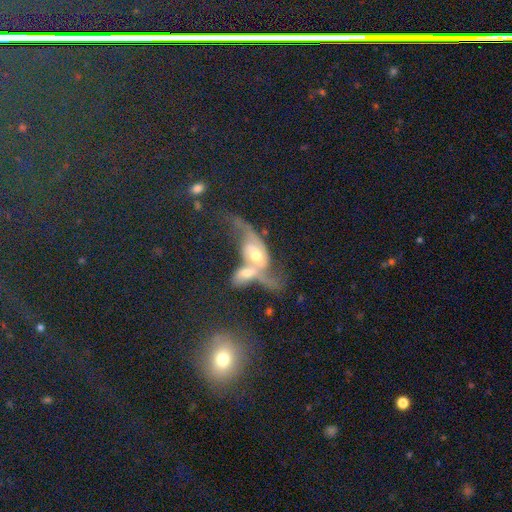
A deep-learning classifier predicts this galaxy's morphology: This is likely a featured or disk galaxy (68%). It is clearly not viewed edge-on (90%). Bar: possibly no (54%). Spiral arm pattern: clearly yes (82%). Spiral arm count: clearly 2 (82%). Spiral winding: possibly loose (59%). Central bulge: possibly moderate (58%). Merging: possibly merger (53%).